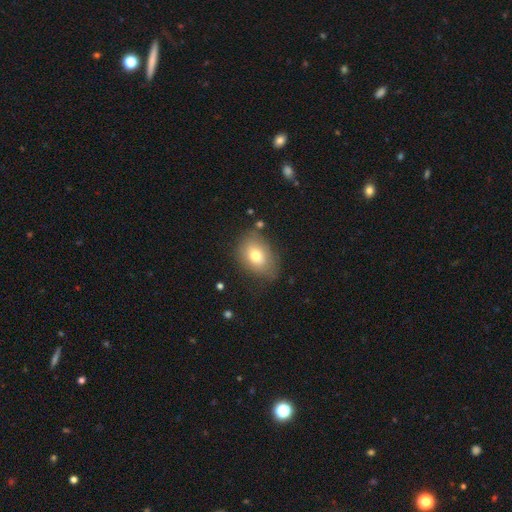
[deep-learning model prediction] smooth_or_featured: smooth (p=0.74) [alt: featured or disk p=0.17]
how_rounded: in between (p=0.75) [alt: round p=0.24]
merging: none (p=0.66) [alt: minor disturbance p=0.24]